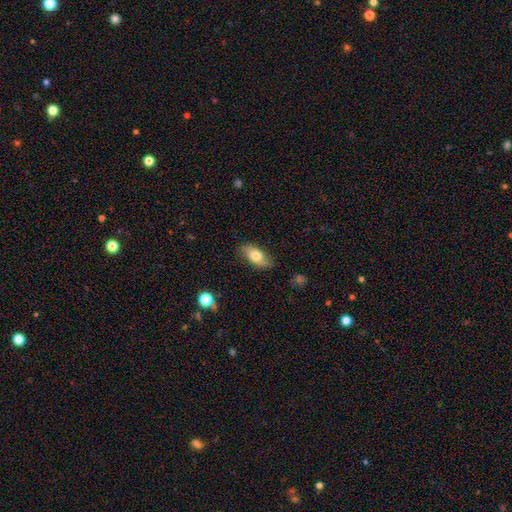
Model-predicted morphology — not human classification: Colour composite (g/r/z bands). It shows a smooth galaxy with no disk features (71%) that is in between round and cigar-shaped (88%). Merging: none (78%).